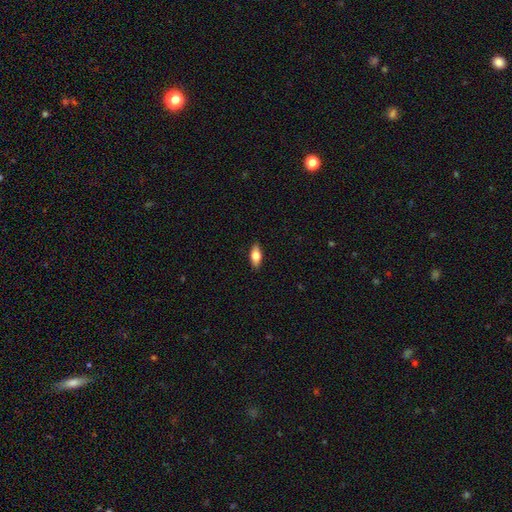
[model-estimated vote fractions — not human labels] Smooth or featured?
  - smooth: 74% *
  - featured or disk: 19%
  - star or artifact: 6%
How rounded?
  - in between: 81% *
  - cigar-shaped: 16%
  - round: 3%
Merging?
  - none: 89% *
  - minor disturbance: 9%
  - major disturbance: 2%
  - merger: 1%